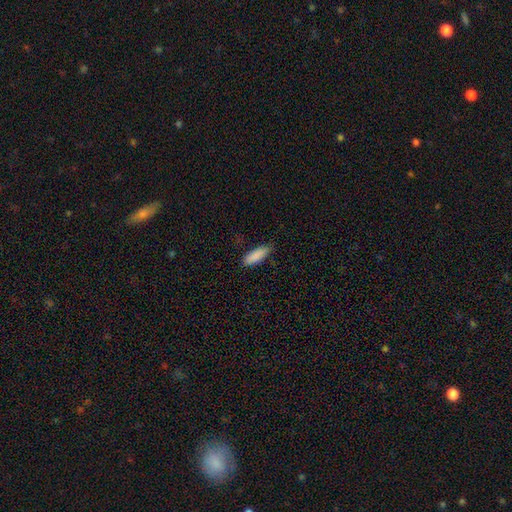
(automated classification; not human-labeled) Q: Smooth or featured?
A: smooth (89%); runner-up: star or artifact (6%)
Q: How rounded?
A: in between (57%); runner-up: cigar-shaped (42%)
Q: Merging?
A: none (81%); runner-up: minor disturbance (16%)